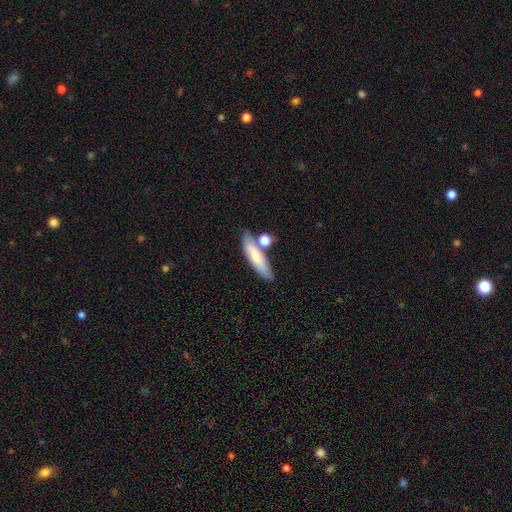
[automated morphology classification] Smooth or featured: smooth — 70% (featured or disk — 23%)
How rounded: cigar-shaped — 61% (in between — 36%)
Merging: none — 60% (merger — 21%)